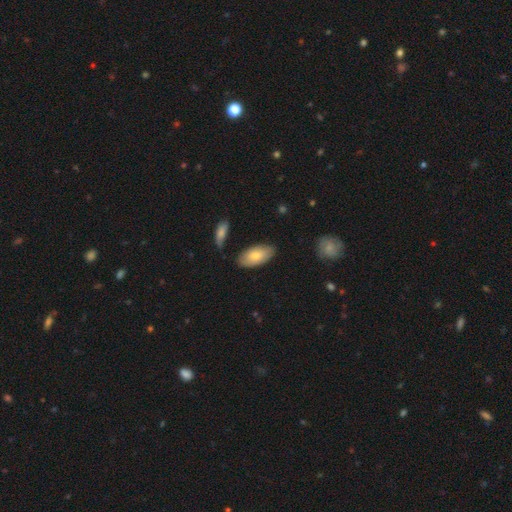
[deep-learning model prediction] Smooth or featured? smooth (76%)
How rounded? in between (94%)
Merging? none (78%)